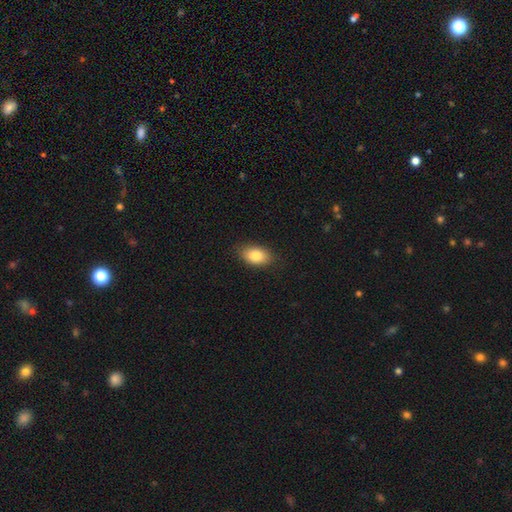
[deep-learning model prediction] This appears to be a smooth galaxy with no disk features (85%) that is in between round and cigar-shaped (90%). Merging: none (86%).